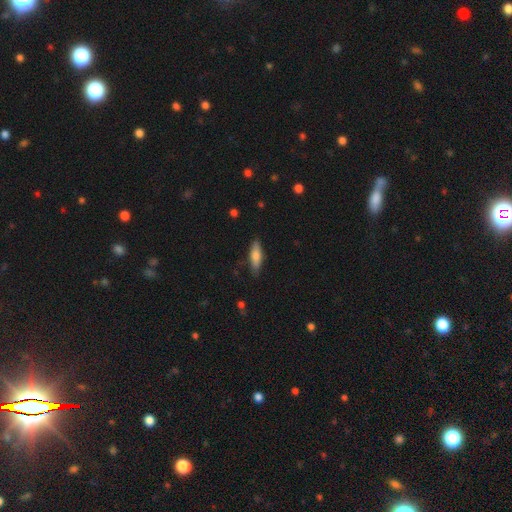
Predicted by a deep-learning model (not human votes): Smooth or featured? smooth (75%)
How rounded? cigar-shaped (52%)
Merging? none (81%)